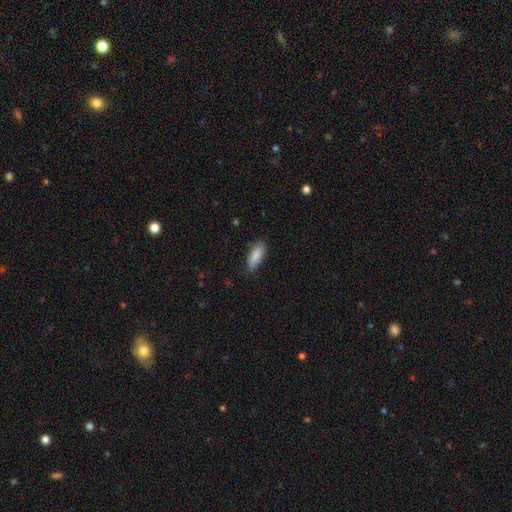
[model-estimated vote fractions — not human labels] This appears to be a smooth galaxy with no disk features (85%) that is in between round and cigar-shaped (70%). Merging: none (76%).